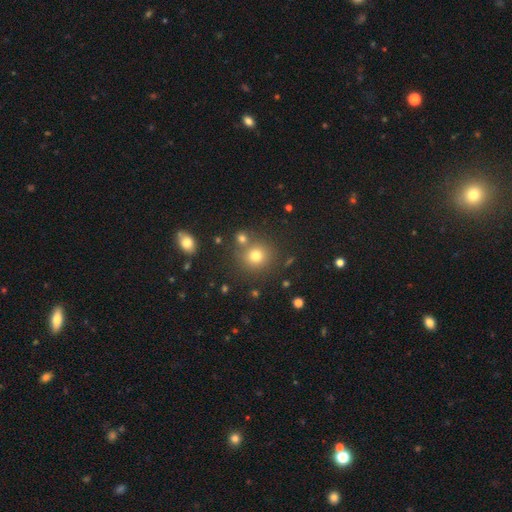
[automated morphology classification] A smooth galaxy with no disk features (76%) that is round (90%).

Vote fractions:
- Smooth or featured? smooth: 76% / star or artifact: 16% / featured or disk: 8%
- How rounded? round: 90% / in between: 9% / cigar-shaped: 1%
- Merging? none: 76% / merger: 12% / minor disturbance: 9% / major disturbance: 3%